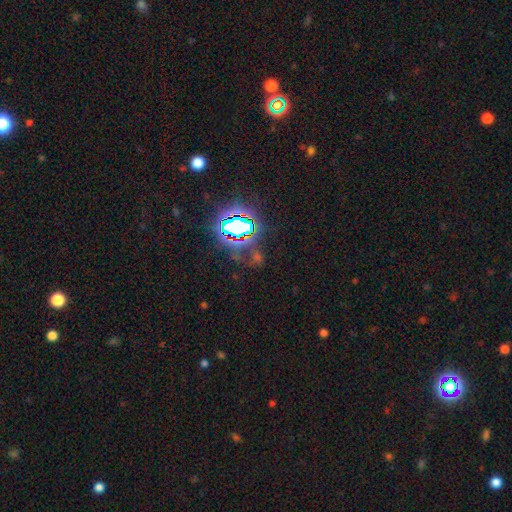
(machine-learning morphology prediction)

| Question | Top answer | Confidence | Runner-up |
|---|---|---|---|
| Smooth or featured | star or artifact | 73% | smooth (16%) |